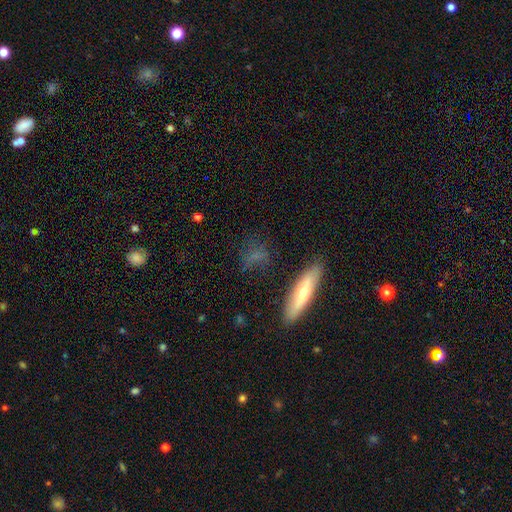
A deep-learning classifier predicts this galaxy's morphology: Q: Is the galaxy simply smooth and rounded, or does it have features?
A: smooth — 55%.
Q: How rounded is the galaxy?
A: cigar-shaped — 46%.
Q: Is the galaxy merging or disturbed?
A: none — 73%.